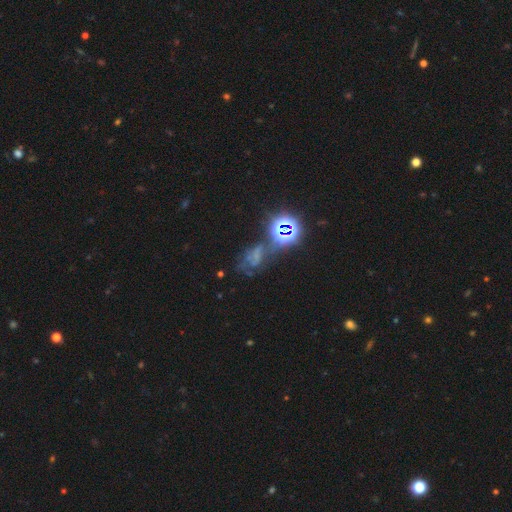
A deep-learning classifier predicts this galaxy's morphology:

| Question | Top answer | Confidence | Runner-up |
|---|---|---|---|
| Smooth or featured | star or artifact | 47% | featured or disk (31%) |